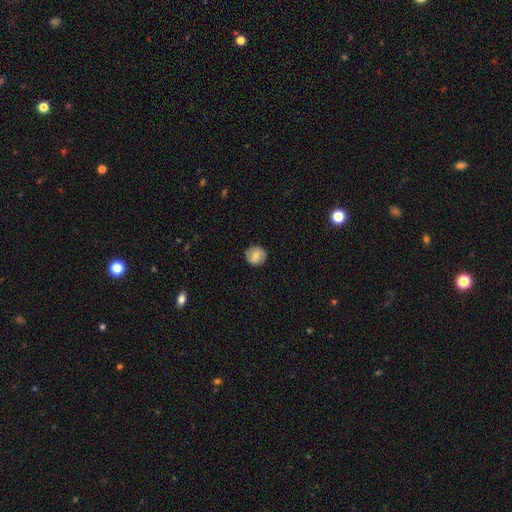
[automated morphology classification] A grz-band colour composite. It shows a smooth galaxy with no disk features (68%) that is round (87%). Merging: none (85%).